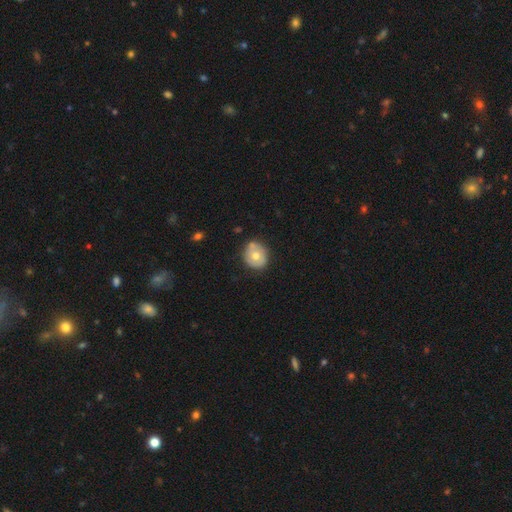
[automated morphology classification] Smooth or featured?
  - smooth: 61% *
  - featured or disk: 32%
  - star or artifact: 7%
How rounded?
  - round: 74% *
  - in between: 25%
  - cigar-shaped: 1%
Merging?
  - none: 68% *
  - minor disturbance: 21%
  - merger: 7%
  - major disturbance: 4%